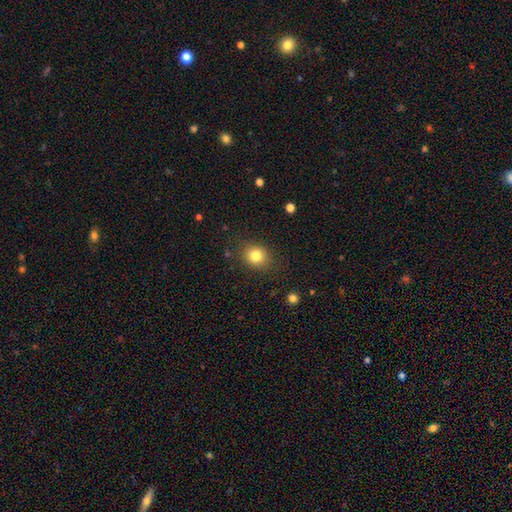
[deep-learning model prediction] This appears to be a smooth galaxy with no disk features (82%) that is round (73%). Merging: none (84%).